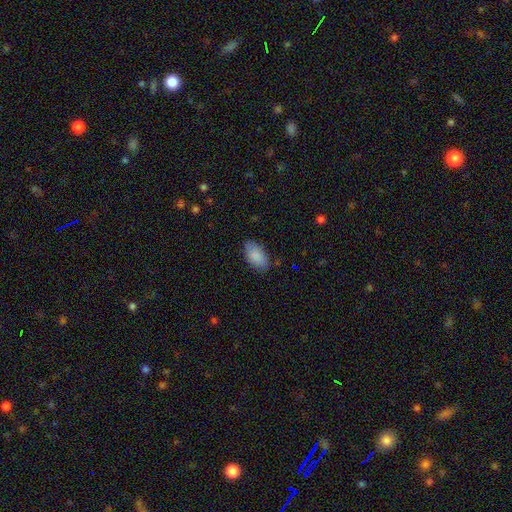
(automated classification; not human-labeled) This is clearly a smooth galaxy (88%). How rounded: clearly in between (94%). Merging: clearly none (81%).